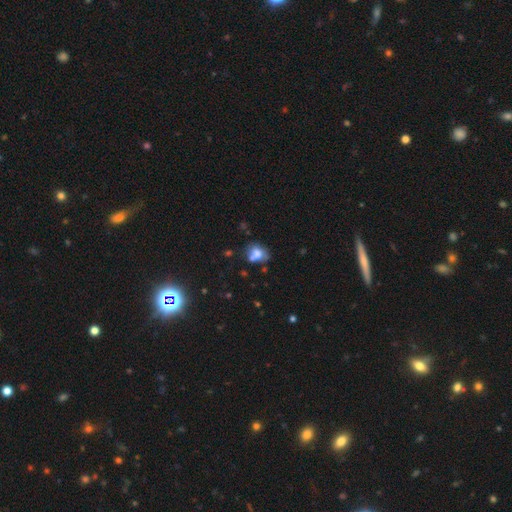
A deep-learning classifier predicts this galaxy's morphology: Smooth or featured: smooth — 67% (featured or disk — 20%)
How rounded: in between — 60% (round — 38%)
Merging: none — 37% (minor disturbance — 28%)